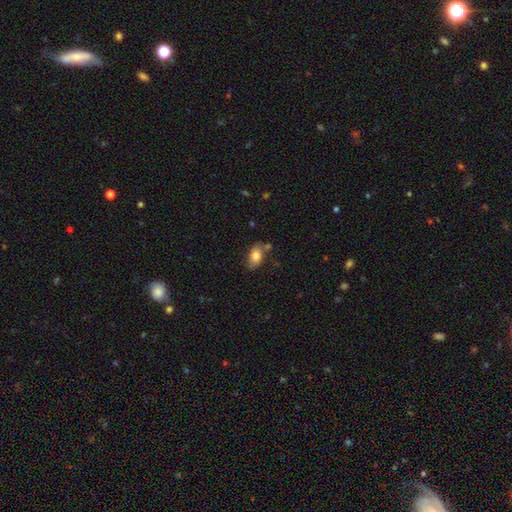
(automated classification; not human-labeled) Smooth or featured?
  - smooth: 80% *
  - featured or disk: 12%
  - star or artifact: 8%
How rounded?
  - in between: 88% *
  - round: 9%
  - cigar-shaped: 3%
Merging?
  - none: 68% *
  - minor disturbance: 19%
  - merger: 8%
  - major disturbance: 4%